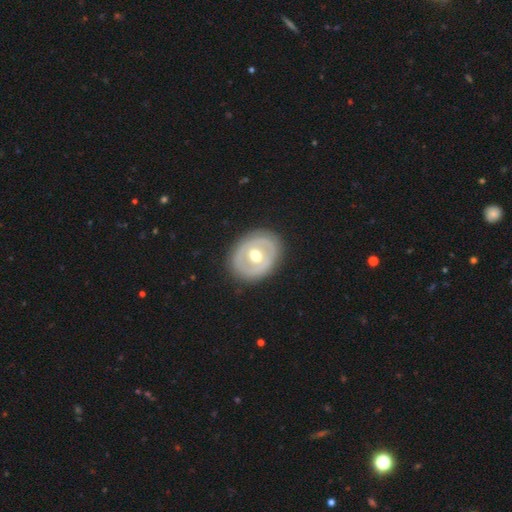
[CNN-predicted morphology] featured or disk 61%, smooth 34%, star or artifact 5%. Down the decision tree: edge-on disk — no (94%); bar — no (63%); spiral arms — no (82%); bulge size — moderate (78%); merging — none (85%).